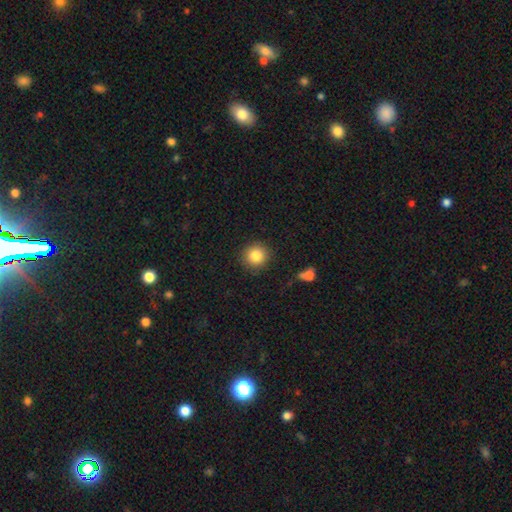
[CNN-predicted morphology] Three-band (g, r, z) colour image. It shows a smooth galaxy with no disk features (84%) that is round (93%). Merging: none (89%).